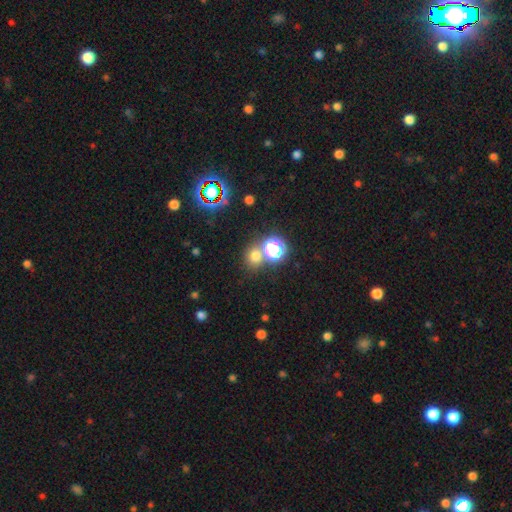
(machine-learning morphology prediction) The model was most divided on "smooth or featured": smooth: 65%, star or artifact: 28%, featured or disk: 7%. More confident: how rounded — round (80%); merging — none (70%).